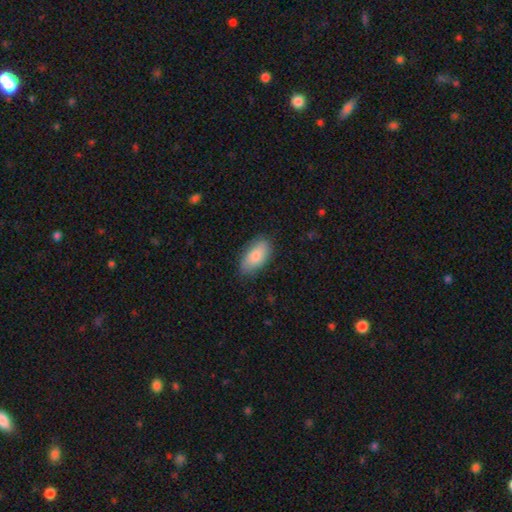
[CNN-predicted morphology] smooth 82%, featured or disk 12%, star or artifact 6%. Down the decision tree: how rounded — in between (92%); merging — none (80%).